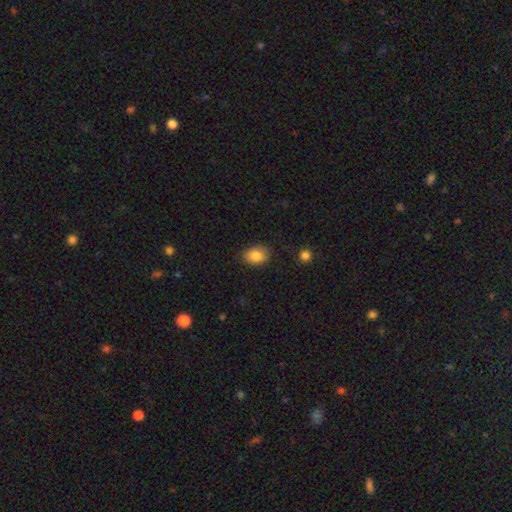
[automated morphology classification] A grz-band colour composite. It shows a smooth galaxy with no disk features (86%) that is in between round and cigar-shaped (74%). Merging: none (80%).